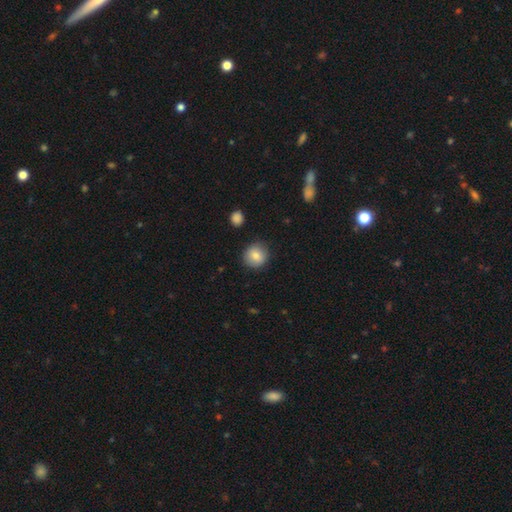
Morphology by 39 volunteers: Smooth or featured: smooth — 85% (featured or disk — 8%)
How rounded: round — 100%
Merging: none — 83% (minor disturbance — 14%)